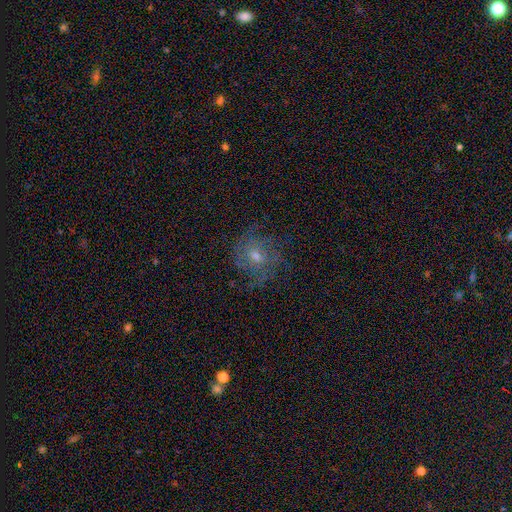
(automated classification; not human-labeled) Q: Smooth or featured?
A: featured or disk (57%); runner-up: smooth (26%)
Q: Edge-on disk?
A: no (97%); runner-up: yes (3%)
Q: Bar?
A: no (69%); runner-up: weak (27%)
Q: Spiral arms?
A: yes (80%); runner-up: no (20%)
Q: Bulge size?
A: moderate (57%); runner-up: small (35%)
Q: Merging?
A: none (69%); runner-up: minor disturbance (17%)